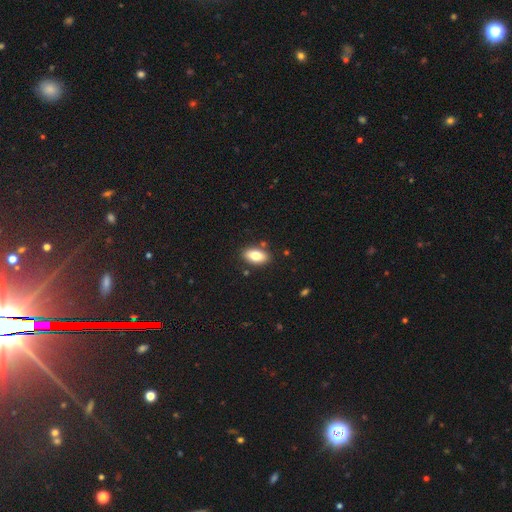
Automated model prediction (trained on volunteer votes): A smooth galaxy with no disk features (80%) that is in between round and cigar-shaped (91%).

Vote fractions:
- Smooth or featured? smooth: 80% / featured or disk: 12% / star or artifact: 7%
- How rounded? in between: 91% / round: 5% / cigar-shaped: 4%
- Merging? none: 85% / minor disturbance: 10% / merger: 3% / major disturbance: 2%